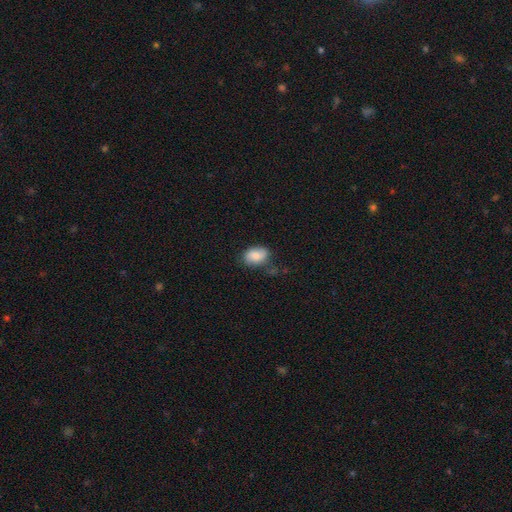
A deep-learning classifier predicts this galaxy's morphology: This is likely a smooth galaxy (76%). How rounded: likely in between (78%). Merging: likely none (66%).